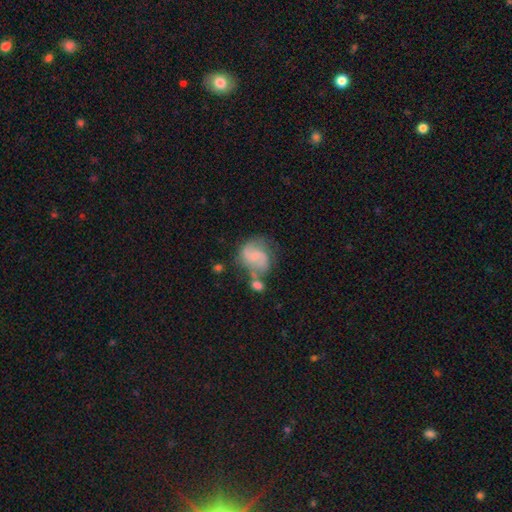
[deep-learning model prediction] This appears to be a featured or disk galaxy (61%) with no bar (57%), 2 (79%) medium (47%) spiral arms (88%) and a small central bulge (51%). Merging: none (42%).